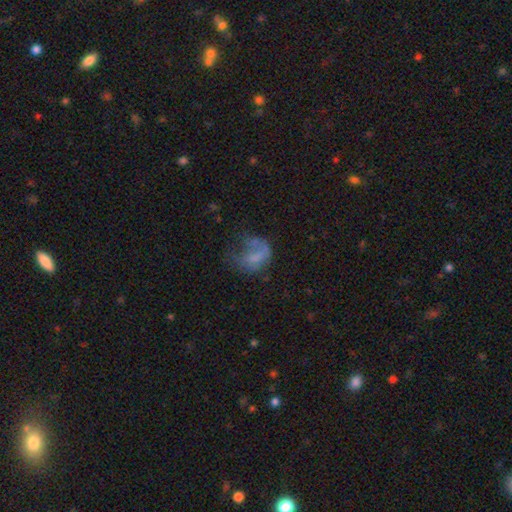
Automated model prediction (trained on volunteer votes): Smooth or featured?
  - smooth: 47% *
  - featured or disk: 39%
  - star or artifact: 15%
Merging?
  - major disturbance: 47% *
  - none: 26%
  - minor disturbance: 21%
  - merger: 6%